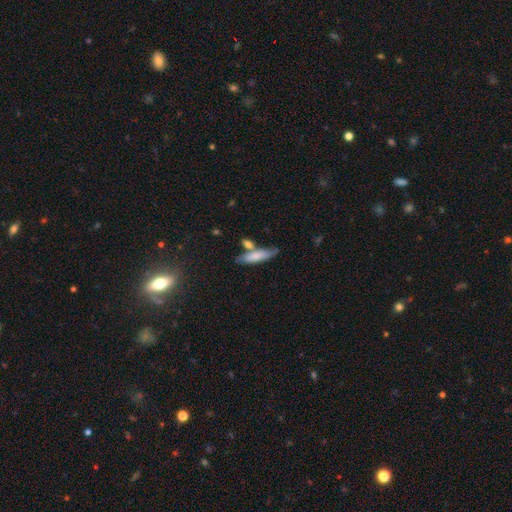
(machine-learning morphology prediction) type=smooth (70%); roundness=cigar-shaped (68%); merging=none (58%).